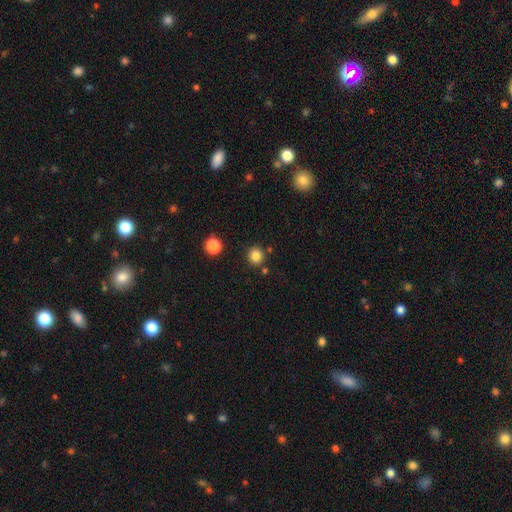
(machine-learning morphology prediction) Smooth or featured? Predicted: smooth (p=0.84). How rounded? Predicted: round (p=0.91). Merging? Predicted: none (p=0.86).